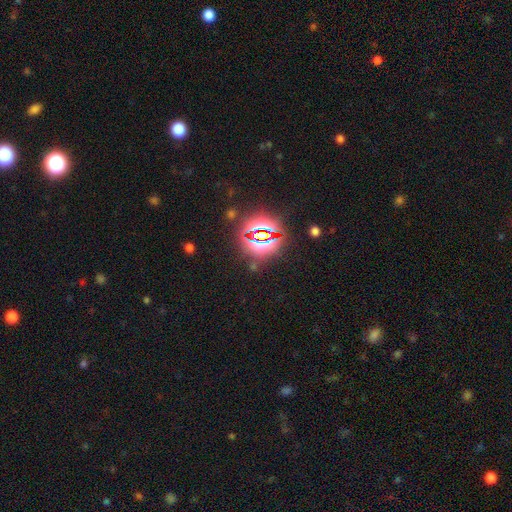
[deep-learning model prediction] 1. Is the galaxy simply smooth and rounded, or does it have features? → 82% star or artifact, 12% smooth, 7% featured or disk.